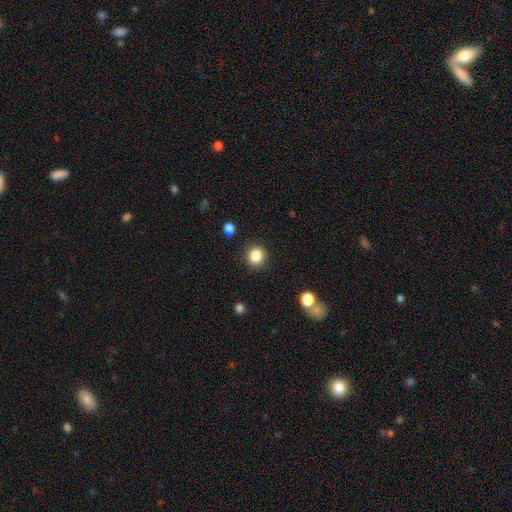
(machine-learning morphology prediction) smooth-or-featured: smooth: 86% | star or artifact: 10% | featured or disk: 4%
  how-rounded: round: 77% | in between: 22% | cigar-shaped: 1%
  merging: none: 89% | minor disturbance: 7% | major disturbance: 2% | merger: 1%